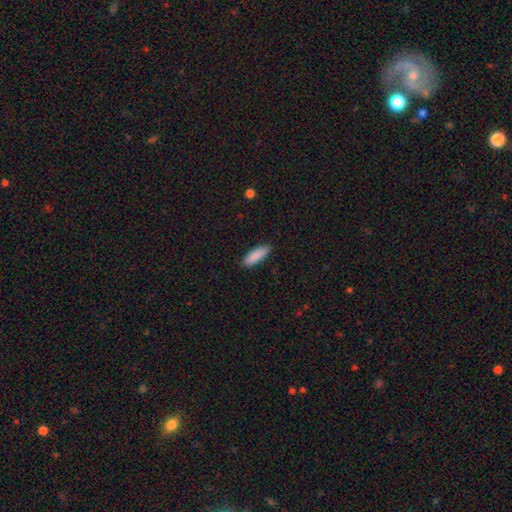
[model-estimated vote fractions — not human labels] smooth-or-featured: smooth: 89% | star or artifact: 6% | featured or disk: 5%
  how-rounded: in between: 51% | cigar-shaped: 47% | round: 2%
  merging: none: 89% | minor disturbance: 8% | major disturbance: 2% | merger: 1%